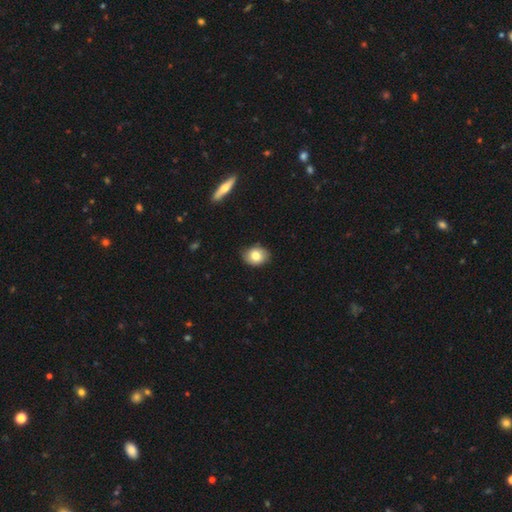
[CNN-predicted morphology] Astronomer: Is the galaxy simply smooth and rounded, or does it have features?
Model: smooth — 80%.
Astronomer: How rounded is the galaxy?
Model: in between — 55% (runner-up: round, 44%).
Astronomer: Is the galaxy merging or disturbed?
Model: none — 84%.